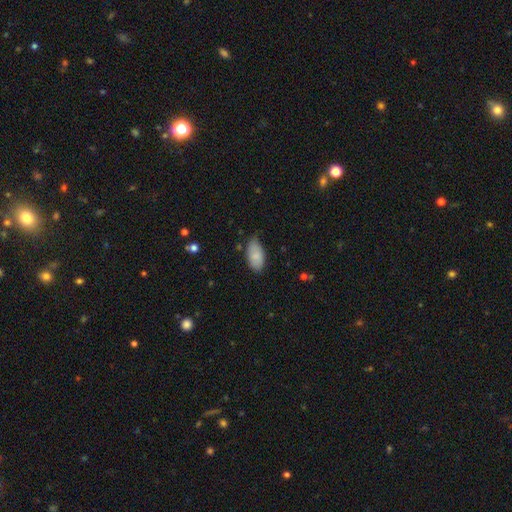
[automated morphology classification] Overall: smooth (85%). How rounded: in between (94%). Merging: none (64%; minor disturbance 30%).